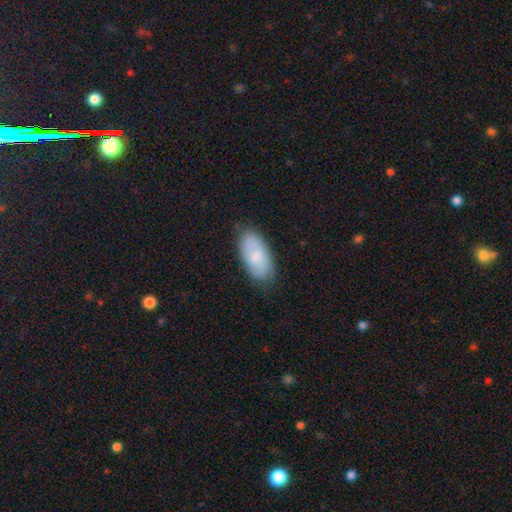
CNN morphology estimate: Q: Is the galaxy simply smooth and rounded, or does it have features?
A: smooth — 70%.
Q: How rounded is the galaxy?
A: in between — 93%.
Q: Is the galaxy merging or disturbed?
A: none — 78%.